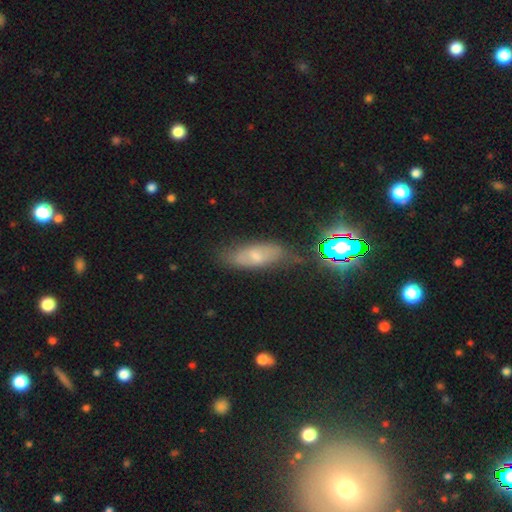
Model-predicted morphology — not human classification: type=smooth (49%); merging=none (67%).